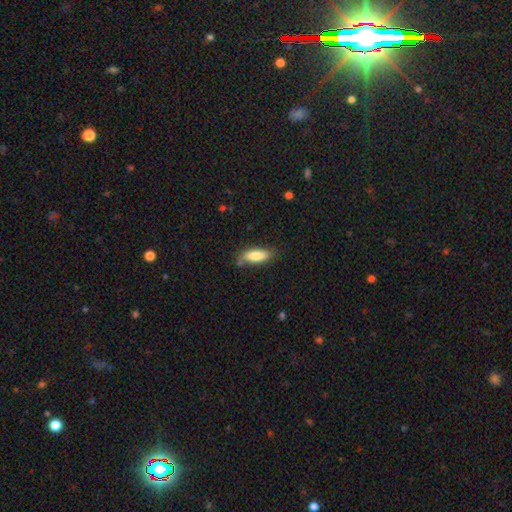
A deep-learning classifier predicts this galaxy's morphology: Q: Smooth or featured?
A: smooth (81%); runner-up: featured or disk (12%)
Q: How rounded?
A: in between (64%); runner-up: cigar-shaped (34%)
Q: Merging?
A: none (72%); runner-up: minor disturbance (20%)